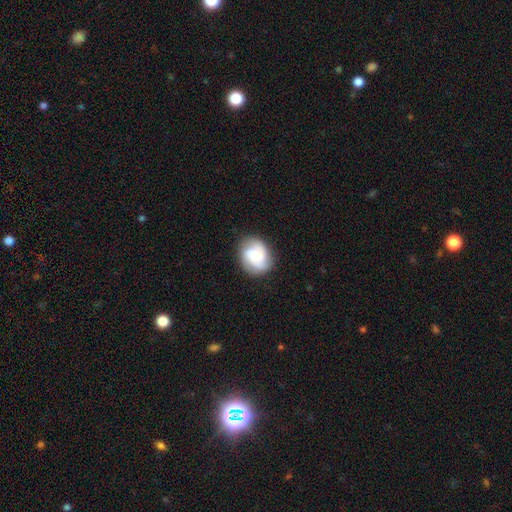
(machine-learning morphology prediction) smooth-or-featured: featured or disk: 65% | smooth: 28% | star or artifact: 7%
  disk-edge-on: no: 98% | yes: 2%
    bar: no: 60% | weak: 32% | strong: 8%
    has-spiral-arms: yes: 94% | no: 6%
      spiral-winding: medium: 45% | tight: 38% | loose: 17%
      spiral-arm-count: 3: 50% | 2: 27% | can't tell: 11% | 4: 6% | 1: 3% | more than 4: 3%
    bulge-size: moderate: 51% | small: 37% | large: 8% | none: 2% | dominant: 2%
  merging: none: 82% | minor disturbance: 13% | major disturbance: 4% | merger: 1%